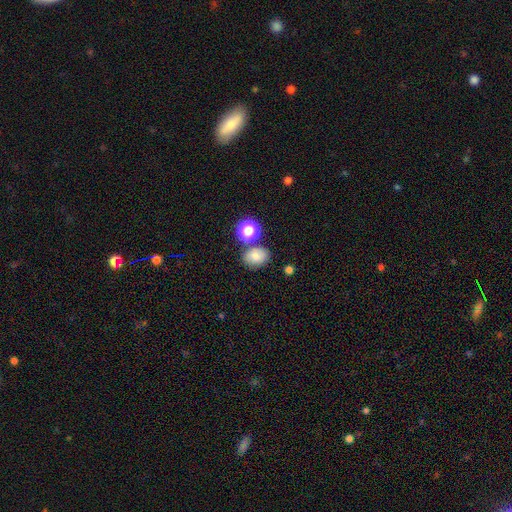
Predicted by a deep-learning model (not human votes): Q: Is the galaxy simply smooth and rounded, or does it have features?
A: smooth — 75%.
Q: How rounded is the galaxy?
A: in between — 58%.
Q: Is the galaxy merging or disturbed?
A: none — 69%.